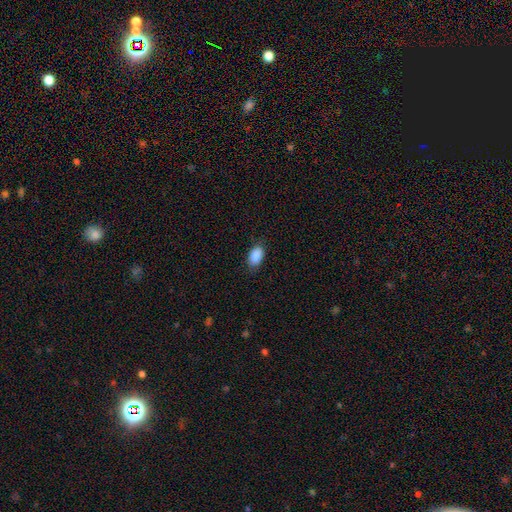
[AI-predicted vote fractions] Q: Smooth or featured?
A: smooth (89%); runner-up: star or artifact (7%)
Q: How rounded?
A: in between (92%); runner-up: round (6%)
Q: Merging?
A: none (82%); runner-up: minor disturbance (14%)